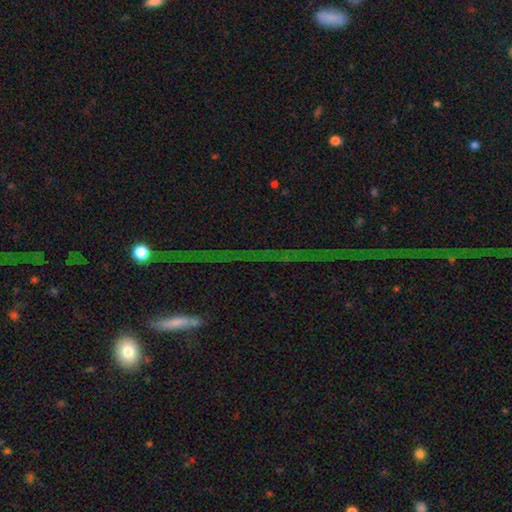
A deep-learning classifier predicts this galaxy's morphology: A star or artifact, not a galaxy (63%).

Vote fractions:
- Smooth or featured? star or artifact: 63% / featured or disk: 21% / smooth: 16%